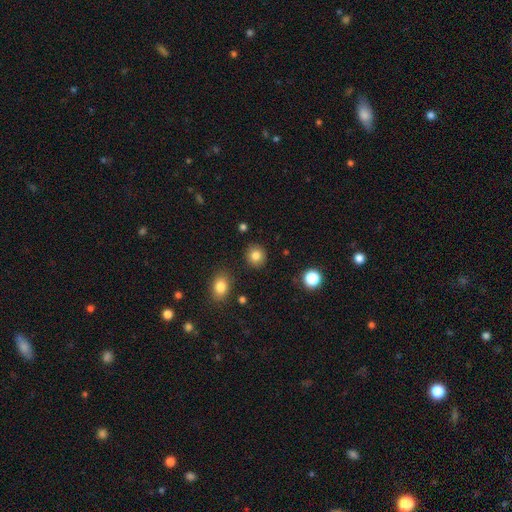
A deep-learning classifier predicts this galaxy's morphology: Overall: smooth (84%). How rounded: round (86%). Merging: none (90%).